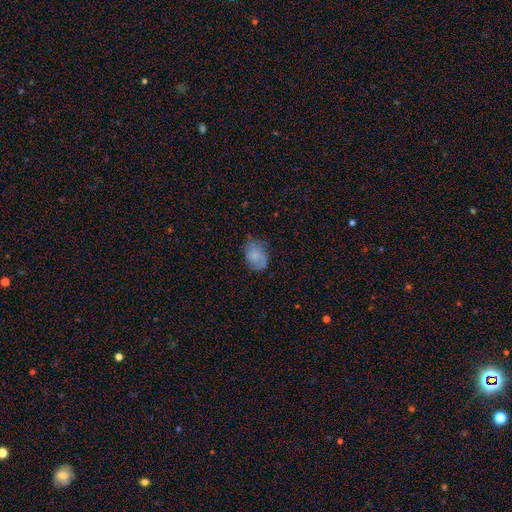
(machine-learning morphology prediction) A smooth galaxy with no disk features (68%) that is in between round and cigar-shaped (67%). Merging: none (60%).